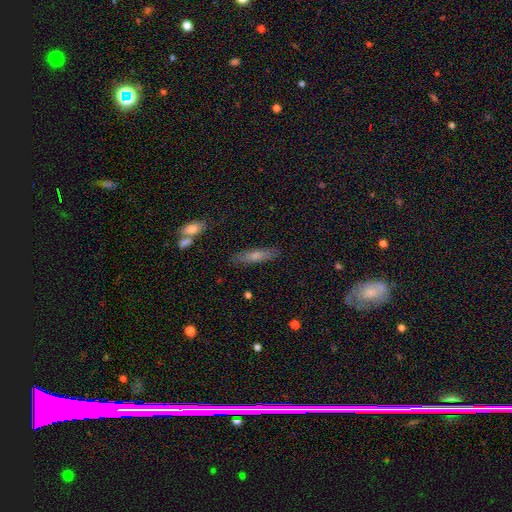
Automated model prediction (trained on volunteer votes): smooth 66%, featured or disk 28%, star or artifact 7%. Down the decision tree: how rounded — cigar-shaped (73%); merging — none (85%).